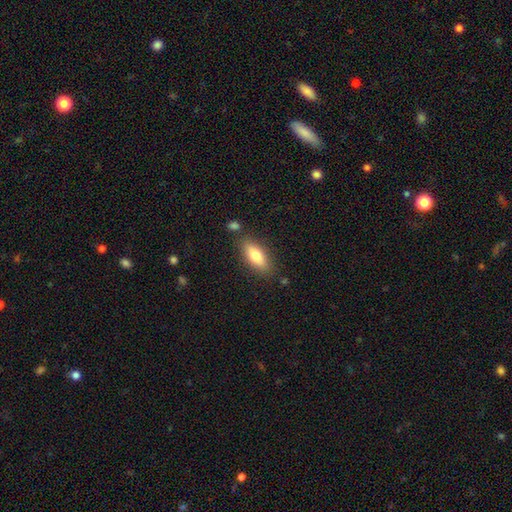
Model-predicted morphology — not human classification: Smooth or featured?
  - smooth: 76% *
  - featured or disk: 18%
  - star or artifact: 7%
How rounded?
  - in between: 74% *
  - cigar-shaped: 23%
  - round: 3%
Merging?
  - none: 80% *
  - minor disturbance: 12%
  - merger: 5%
  - major disturbance: 3%